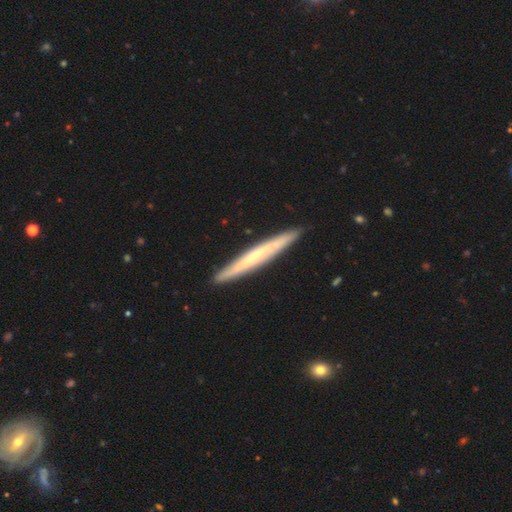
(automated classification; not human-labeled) Smooth or featured? featured or disk (57%)
Edge-on disk? yes (92%)
Edge-on bulge? none (58%)
Merging? none (90%)